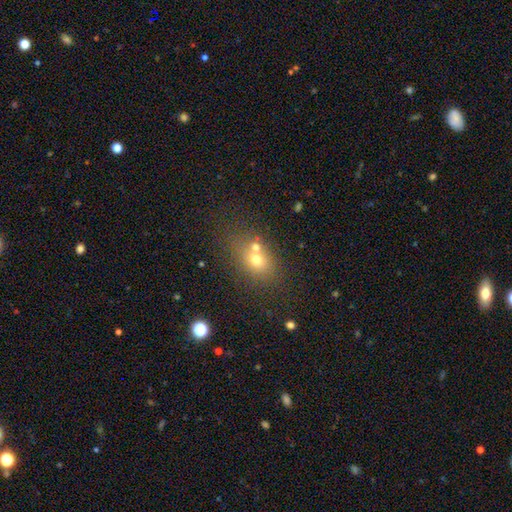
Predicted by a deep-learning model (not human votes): Q: Smooth or featured?
A: smooth (62%); runner-up: star or artifact (19%)
Q: How rounded?
A: in between (52%); runner-up: round (46%)
Q: Merging?
A: none (53%); runner-up: merger (31%)